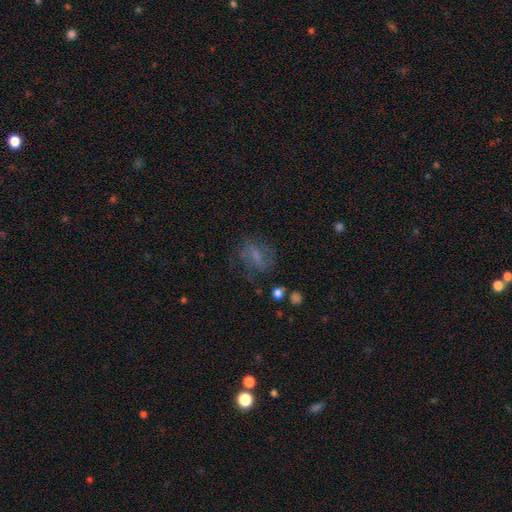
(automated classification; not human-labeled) A smooth galaxy with no disk features (43%, tied with featured or disk).

Vote fractions:
- Smooth or featured? smooth: 43% (tied) / featured or disk: 43% (tied) / star or artifact: 14%
- Merging? none: 60% / minor disturbance: 20% / major disturbance: 17% / merger: 3%